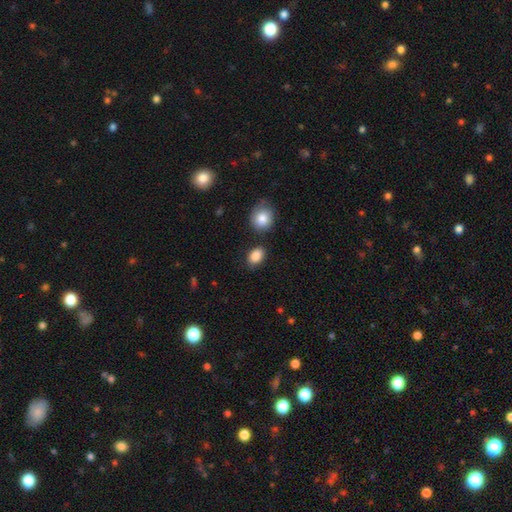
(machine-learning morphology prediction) smooth_or_featured: smooth (p=0.88) [alt: star or artifact p=0.08]
how_rounded: in between (p=0.77) [alt: round p=0.21]
merging: none (p=0.77) [alt: minor disturbance p=0.13]